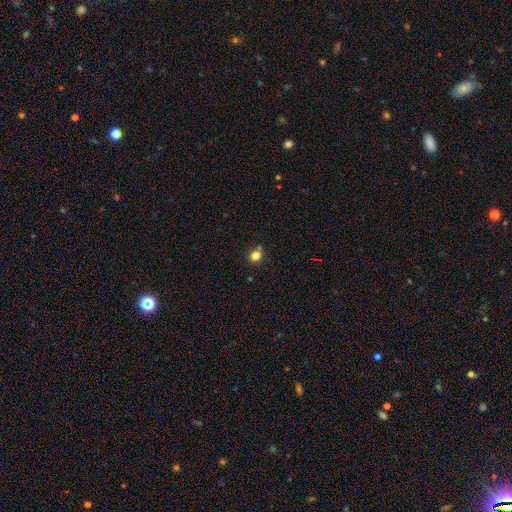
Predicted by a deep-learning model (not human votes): This appears to be a smooth galaxy with no disk features (79%) that is round (75%). Merging: none (77%).